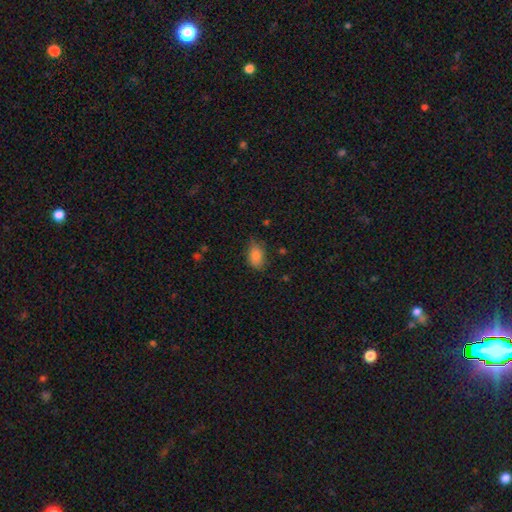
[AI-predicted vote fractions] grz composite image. It shows a smooth galaxy with no disk features (85%) that is in between round and cigar-shaped (83%). Merging: none (72%).